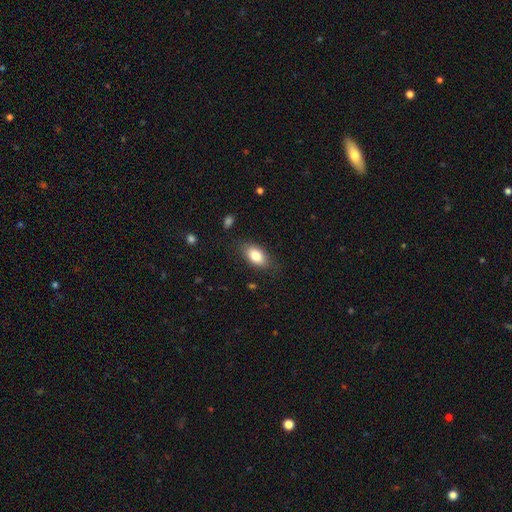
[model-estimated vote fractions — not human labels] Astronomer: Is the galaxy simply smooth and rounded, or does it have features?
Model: smooth — 81%.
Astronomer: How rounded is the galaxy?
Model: in between — 90%.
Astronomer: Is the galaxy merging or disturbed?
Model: none — 81%.